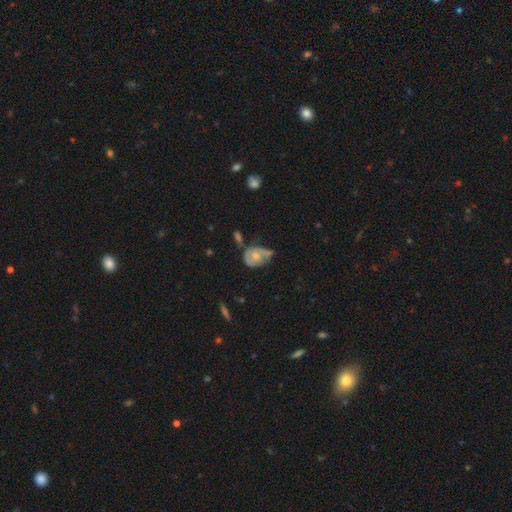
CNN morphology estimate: smooth_or_featured: featured or disk (p=0.54) [alt: smooth p=0.39]
disk_edge_on: no (p=0.96) [alt: yes p=0.04]
bar: no (p=0.69) [alt: weak p=0.26]
has_spiral_arms: yes (p=0.64) [alt: no p=0.36]
bulge_size: moderate (p=0.49) [alt: small p=0.36]
merging: none (p=0.33) [alt: minor disturbance p=0.31]